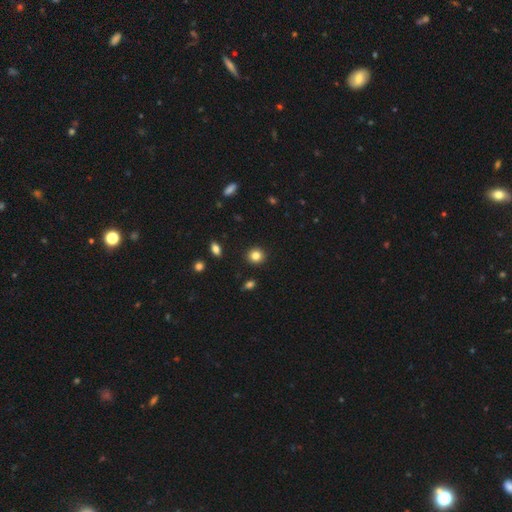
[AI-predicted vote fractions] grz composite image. It shows a smooth galaxy with no disk features (83%) that is round (89%). Merging: none (92%).